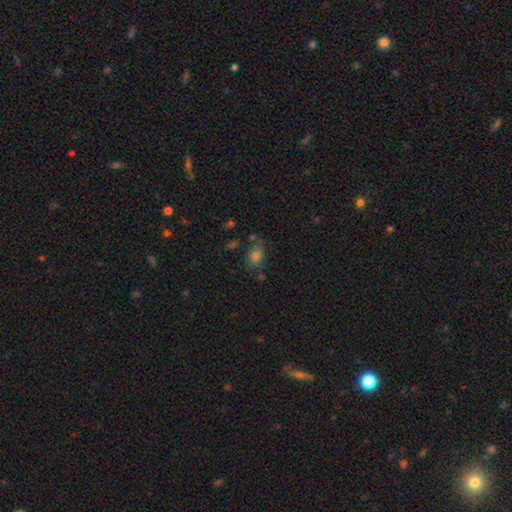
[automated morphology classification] Smooth or featured? smooth (67%)
How rounded? in between (69%)
Merging? none (65%)